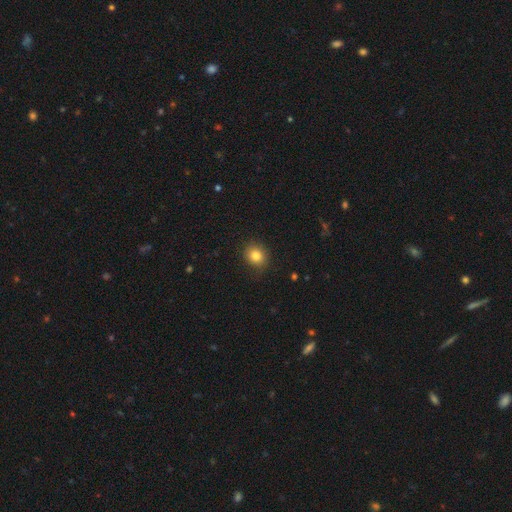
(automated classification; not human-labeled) A smooth galaxy with no disk features (84%) that is round (72%). Merging: none (84%).